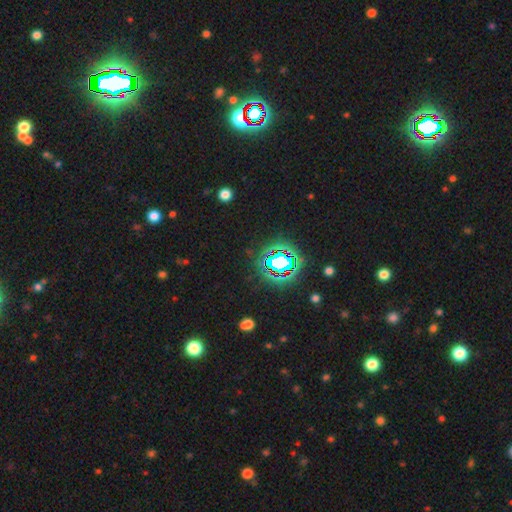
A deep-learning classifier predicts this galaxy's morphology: This is clearly a star or artifact rather than a galaxy (83%).